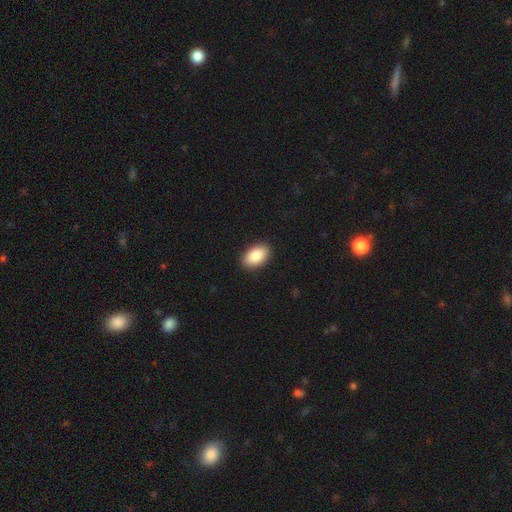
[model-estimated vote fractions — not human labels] Overall: smooth (88%). How rounded: in between (92%). Merging: none (90%).